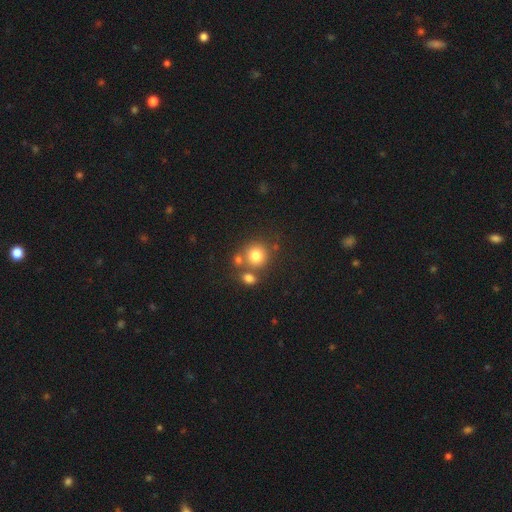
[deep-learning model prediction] Smooth or featured? Predicted: smooth (p=0.78). How rounded? Predicted: round (p=0.87). Merging? Predicted: none (p=0.61).